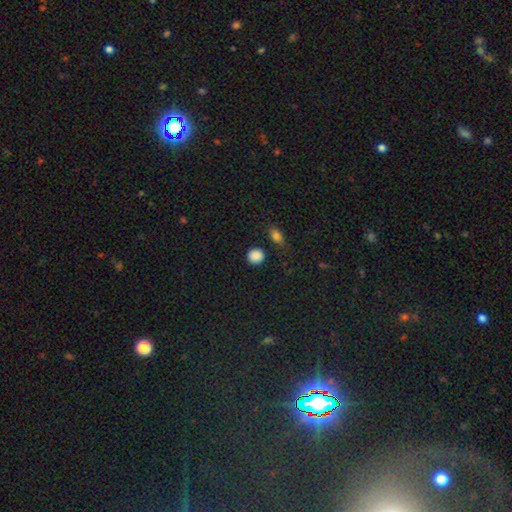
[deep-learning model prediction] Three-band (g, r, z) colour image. It shows a smooth galaxy with no disk features (88%) that is round (88%). Merging: none (85%).